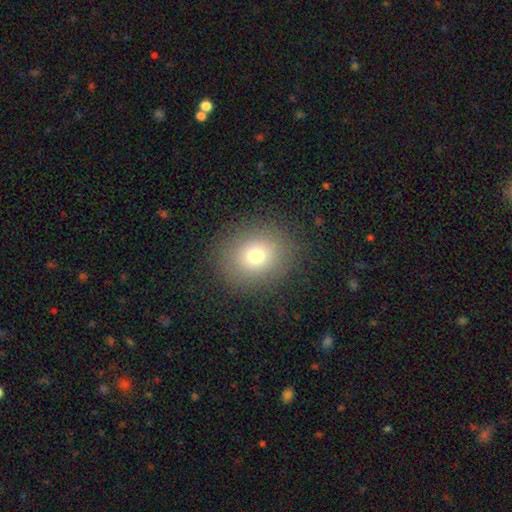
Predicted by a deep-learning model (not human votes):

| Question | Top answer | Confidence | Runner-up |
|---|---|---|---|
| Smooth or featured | smooth | 74% | star or artifact (15%) |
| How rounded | round | 75% | in between (24%) |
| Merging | none | 86% | minor disturbance (9%) |